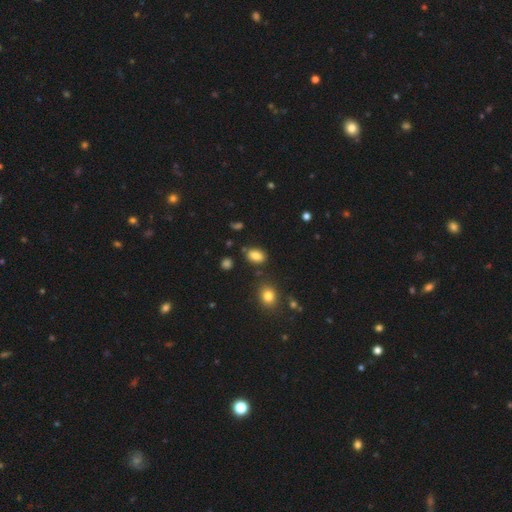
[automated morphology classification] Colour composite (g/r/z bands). It shows a smooth galaxy with no disk features (83%) that is in between round and cigar-shaped (85%). Merging: none (79%).